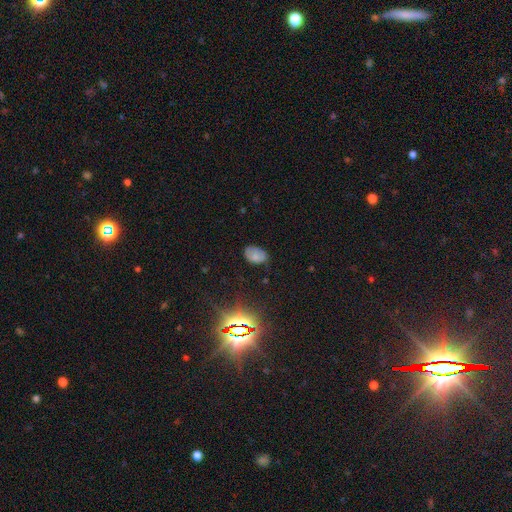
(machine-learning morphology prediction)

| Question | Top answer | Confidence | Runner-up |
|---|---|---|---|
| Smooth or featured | smooth | 67% | featured or disk (16%) |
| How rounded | in between | 86% | round (13%) |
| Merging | none | 67% | minor disturbance (25%) |